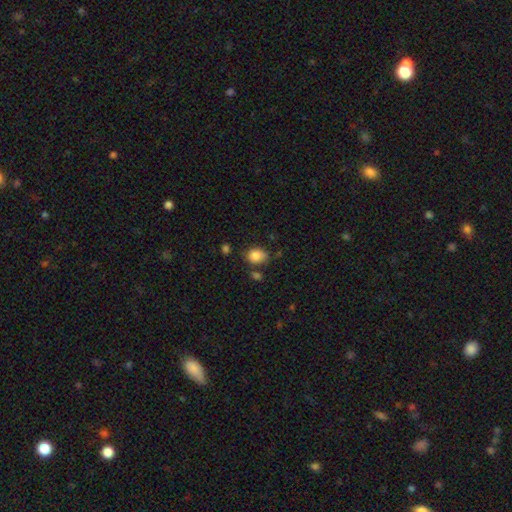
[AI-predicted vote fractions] This is clearly a smooth galaxy (84%). How rounded: possibly in between (53%). Merging: likely none (61%).